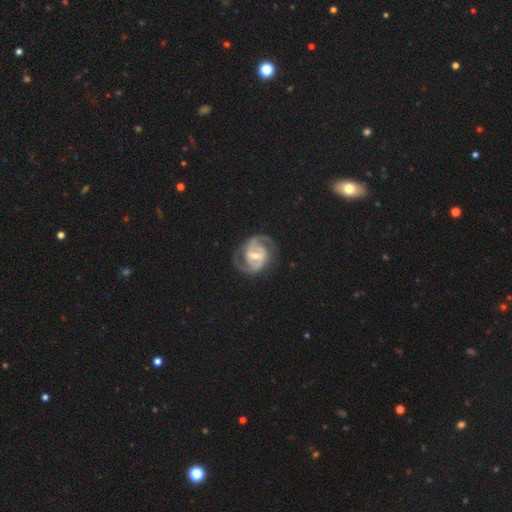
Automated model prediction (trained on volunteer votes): Smooth or featured: featured or disk — 91% (smooth — 6%)
Edge-on disk: no — 98% (yes — 2%)
Bar: weak — 47% (strong — 38%)
Spiral arms: yes — 97% (no — 3%)
Spiral winding: medium — 48% (tight — 41%)
Spiral arm count: 2 — 86% (3 — 5%)
Bulge size: moderate — 55% (small — 40%)
Merging: none — 75% (minor disturbance — 15%)